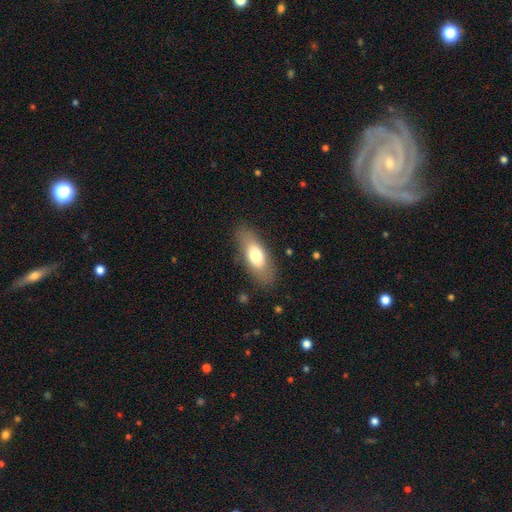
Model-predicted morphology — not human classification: A smooth galaxy with no disk features (70%) that is in between round and cigar-shaped (76%).

Vote fractions:
- Smooth or featured? smooth: 70% / featured or disk: 23% / star or artifact: 7%
- How rounded? in between: 76% / cigar-shaped: 21% / round: 3%
- Merging? none: 83% / minor disturbance: 12% / major disturbance: 4% / merger: 1%